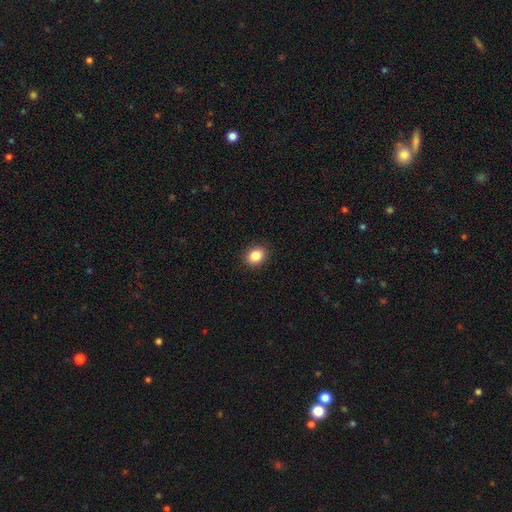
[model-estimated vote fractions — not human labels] A smooth galaxy with no disk features (87%) that is round (56%).

Vote fractions:
- Smooth or featured? smooth: 87% / star or artifact: 9% / featured or disk: 4%
- How rounded? round: 56% / in between: 43% / cigar-shaped: 1%
- Merging? none: 90% / minor disturbance: 7% / major disturbance: 2% / merger: 1%